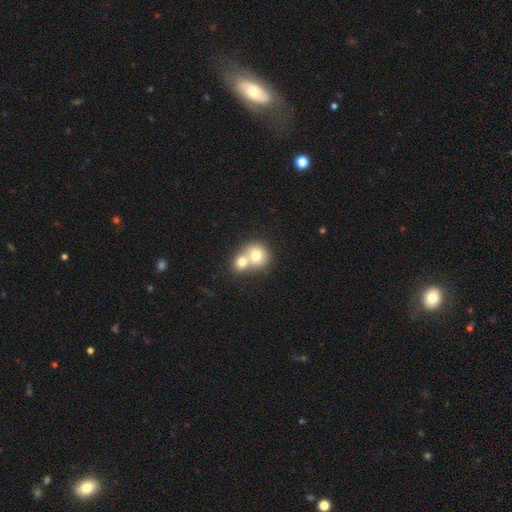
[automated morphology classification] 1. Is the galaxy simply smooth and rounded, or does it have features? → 72% smooth, 19% featured or disk, 10% star or artifact.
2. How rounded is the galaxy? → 80% round, 19% in between, 1% cigar-shaped.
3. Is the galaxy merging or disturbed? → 67% merger, 26% none, 5% minor disturbance, 2% major disturbance.